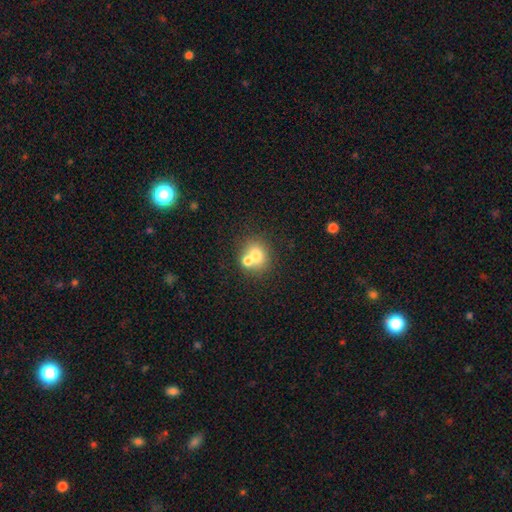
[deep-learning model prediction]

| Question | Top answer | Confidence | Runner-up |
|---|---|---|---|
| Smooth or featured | smooth | 70% | featured or disk (18%) |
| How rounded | round | 77% | in between (22%) |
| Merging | merger | 45% | none (44%) |